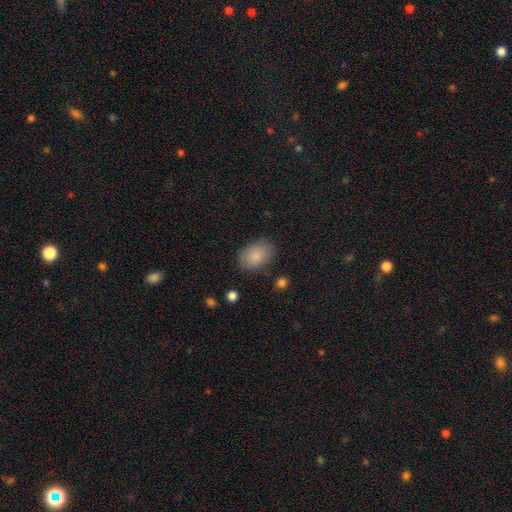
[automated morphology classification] The model was most divided on "merging": none: 81%, minor disturbance: 13%, major disturbance: 4%, merger: 2%. More confident: smooth or featured — smooth (86%); how rounded — in between (85%).